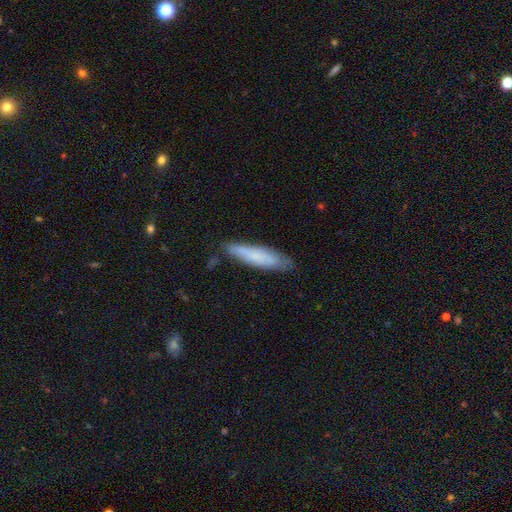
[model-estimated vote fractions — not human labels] smooth-or-featured: smooth: 71% | featured or disk: 23% | star or artifact: 7%
  how-rounded: cigar-shaped: 82% | in between: 16% | round: 1%
  merging: none: 78% | minor disturbance: 17% | major disturbance: 3% | merger: 2%